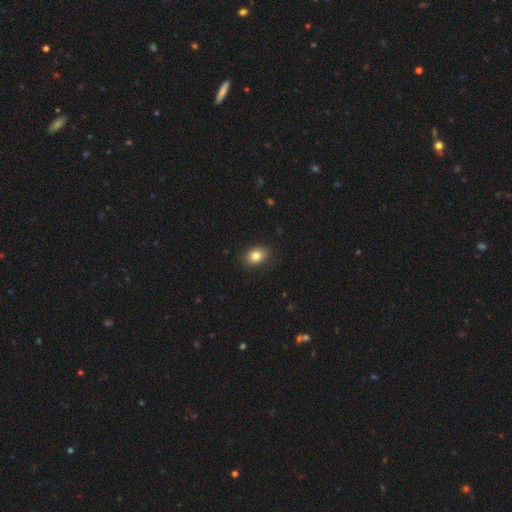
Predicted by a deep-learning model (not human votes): Overall: smooth (83%). How rounded: in between (69%; round 30%). Merging: none (88%).